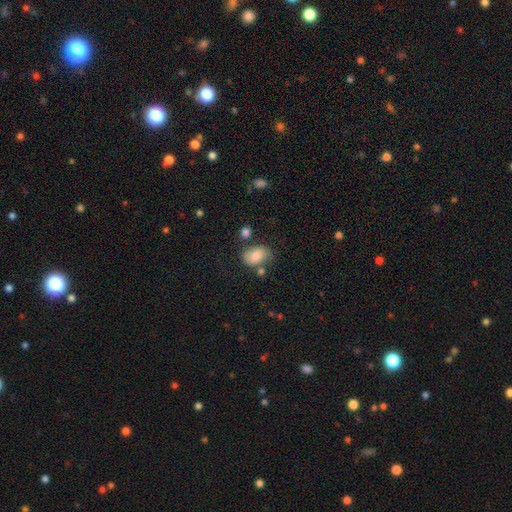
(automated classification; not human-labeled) This appears to be a smooth galaxy with no disk features (71%) that is in between round and cigar-shaped (78%). Merging: none (57%).